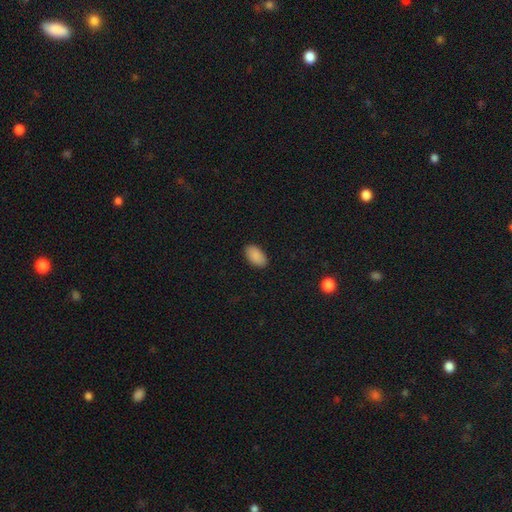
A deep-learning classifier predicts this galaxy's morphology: Smooth or featured? Predicted: smooth (p=0.90). How rounded? Predicted: in between (p=0.95). Merging? Predicted: none (p=0.88).